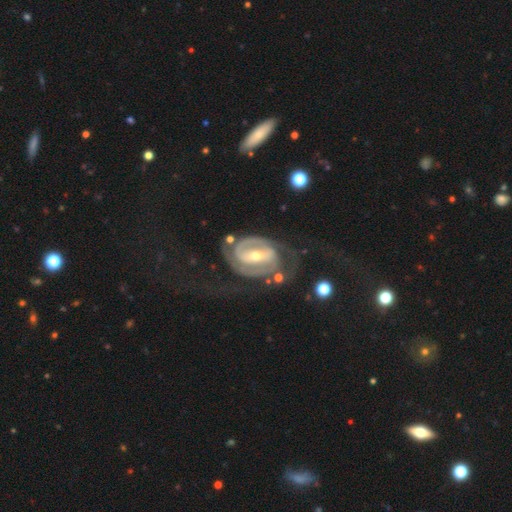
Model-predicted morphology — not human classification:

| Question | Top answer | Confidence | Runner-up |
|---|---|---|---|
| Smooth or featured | featured or disk | 90% | smooth (5%) |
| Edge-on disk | no | 97% | yes (3%) |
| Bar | strong | 58% | weak (29%) |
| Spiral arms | yes | 95% | no (5%) |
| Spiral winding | tight | 49% | medium (39%) |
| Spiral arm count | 2 | 83% | can't tell (6%) |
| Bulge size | small | 55% | moderate (41%) |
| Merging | none | 56% | major disturbance (23%) |